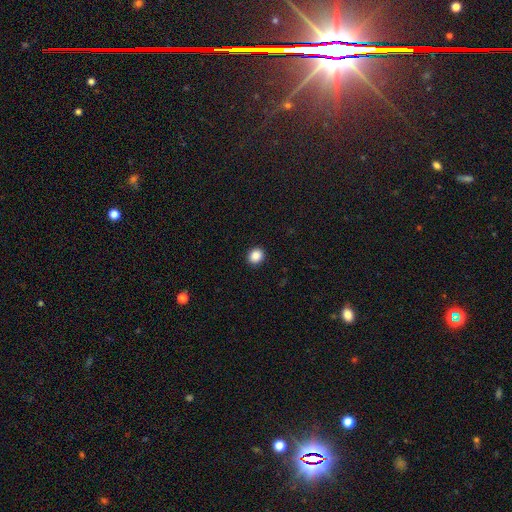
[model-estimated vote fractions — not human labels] The model was most divided on "how rounded": round: 74%, in between: 25%, cigar-shaped: 1%. More confident: merging — none (92%); smooth or featured — smooth (88%).